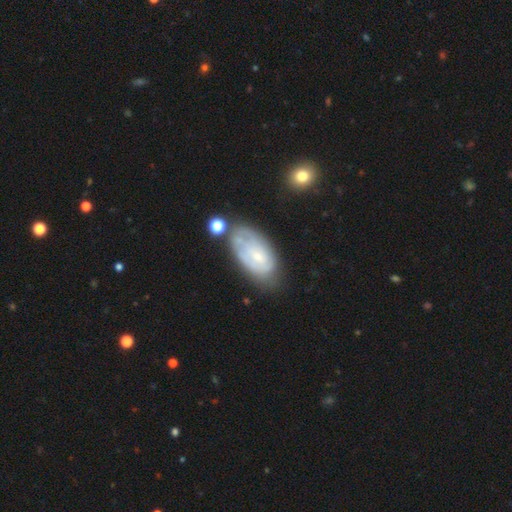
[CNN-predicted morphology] The model was most divided on "merging": none: 55%, minor disturbance: 26%, major disturbance: 10%, merger: 8%. More confident: edge-on disk — no (94%); spiral arms — yes (76%); bulge size — small (66%); bar — no (65%); smooth or featured — featured or disk (64%).